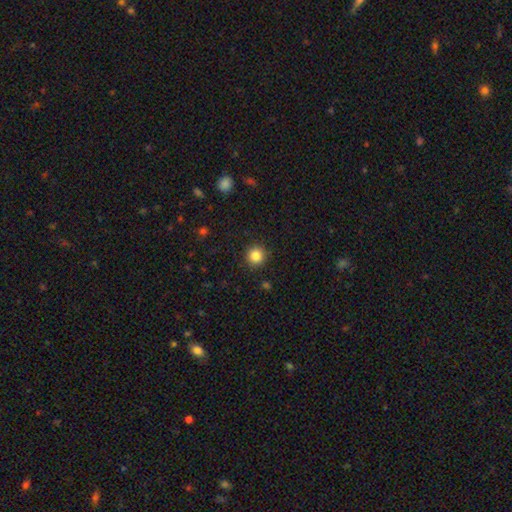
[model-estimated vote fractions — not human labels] smooth_or_featured: smooth (p=0.85) [alt: star or artifact p=0.11]
how_rounded: round (p=0.94) [alt: in between p=0.05]
merging: none (p=0.92) [alt: minor disturbance p=0.05]